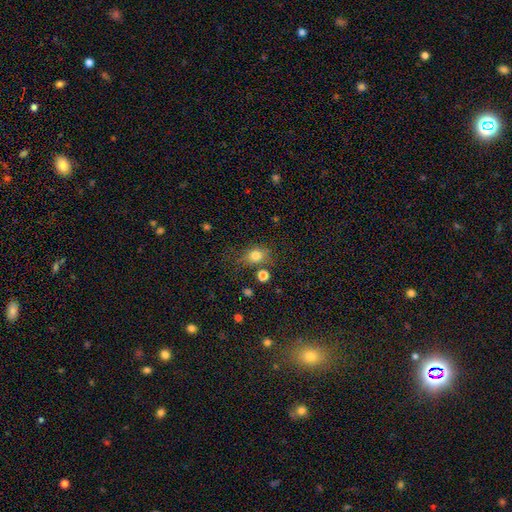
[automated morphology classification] smooth-or-featured: smooth: 80% | star or artifact: 12% | featured or disk: 8%
  how-rounded: in between: 50% | round: 49% | cigar-shaped: 2%
  merging: none: 63% | minor disturbance: 20% | merger: 10% | major disturbance: 8%